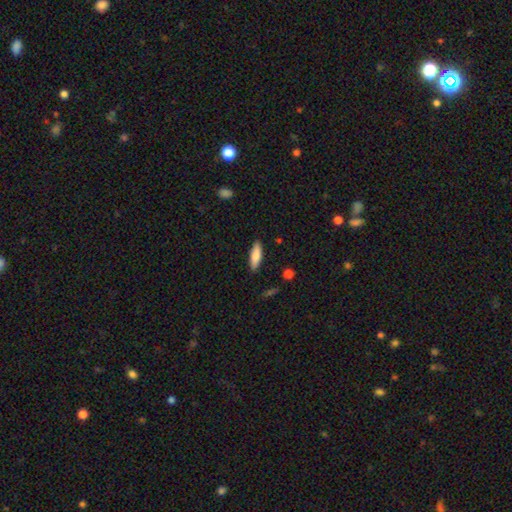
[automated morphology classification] Q: Smooth or featured?
A: smooth (81%); runner-up: featured or disk (13%)
Q: How rounded?
A: cigar-shaped (55%); runner-up: in between (43%)
Q: Merging?
A: none (88%); runner-up: minor disturbance (9%)